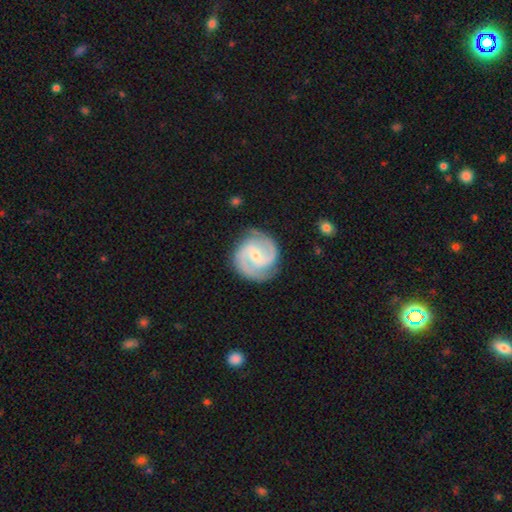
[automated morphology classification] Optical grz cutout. It shows a featured or disk galaxy (89%) with a weak bar (51%), 2 (84%) medium (51%) spiral arms (97%) and a small central bulge (65%). Merging: none (82%).